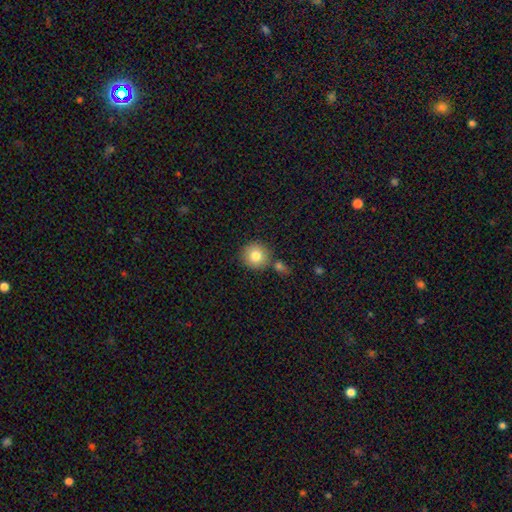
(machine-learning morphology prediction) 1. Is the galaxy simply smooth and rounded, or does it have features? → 81% smooth, 10% featured or disk, 9% star or artifact.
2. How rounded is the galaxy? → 93% round, 7% in between, 1% cigar-shaped.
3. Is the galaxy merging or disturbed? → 77% none, 12% merger, 9% minor disturbance, 3% major disturbance.